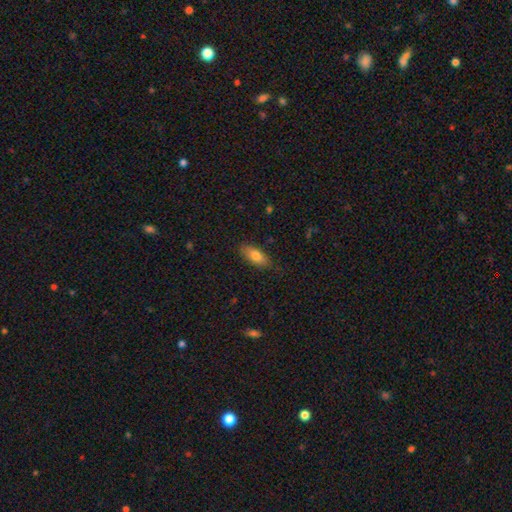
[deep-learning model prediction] Smooth or featured: smooth — 79% (featured or disk — 15%)
How rounded: in between — 80% (cigar-shaped — 17%)
Merging: none — 80% (minor disturbance — 16%)